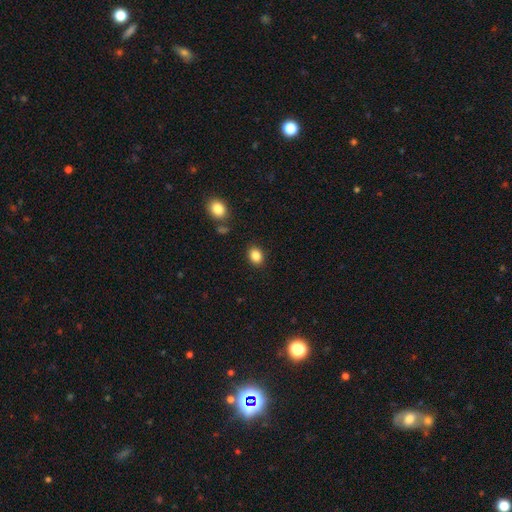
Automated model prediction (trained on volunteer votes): smooth-or-featured: smooth: 85% | star or artifact: 10% | featured or disk: 5%
  how-rounded: in between: 58% | round: 41% | cigar-shaped: 1%
  merging: none: 87% | minor disturbance: 9% | major disturbance: 3% | merger: 2%